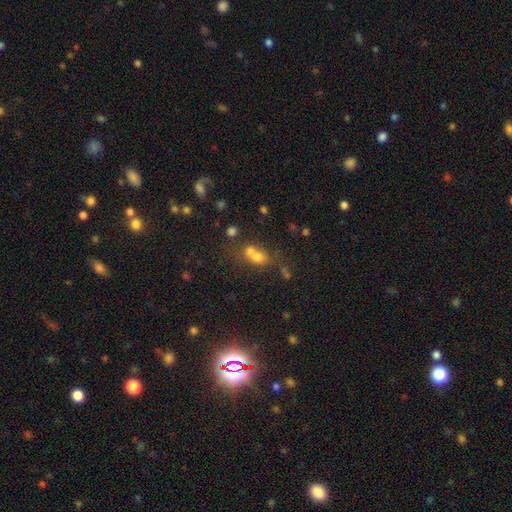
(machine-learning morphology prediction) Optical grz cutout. It shows a smooth galaxy with no disk features (61%) that is round (57%). Merging: merger (56%).